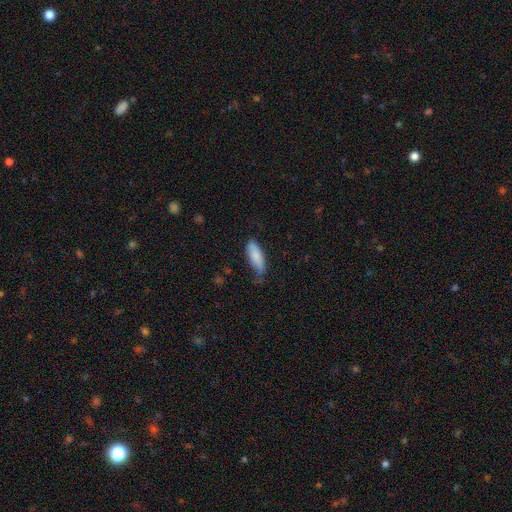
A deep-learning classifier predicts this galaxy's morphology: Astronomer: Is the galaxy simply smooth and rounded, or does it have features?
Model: smooth — 84%.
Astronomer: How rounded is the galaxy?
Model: in between — 68%.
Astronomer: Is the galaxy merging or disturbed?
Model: none — 51% (runner-up: minor disturbance, 37%).